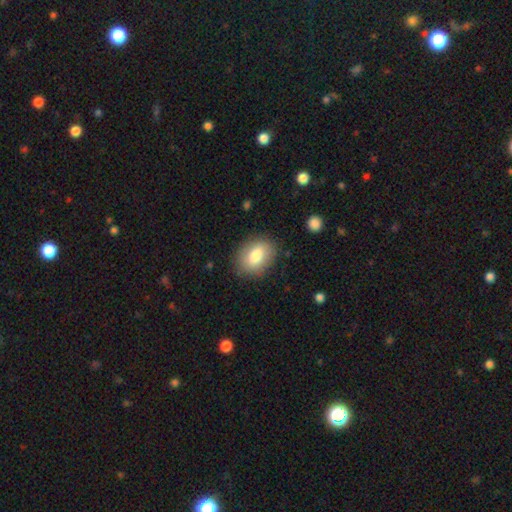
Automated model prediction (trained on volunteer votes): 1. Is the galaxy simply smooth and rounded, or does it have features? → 80% smooth, 12% featured or disk, 8% star or artifact.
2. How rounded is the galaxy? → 72% in between, 27% round, 1% cigar-shaped.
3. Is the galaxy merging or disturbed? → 83% none, 12% minor disturbance, 4% major disturbance, 1% merger.